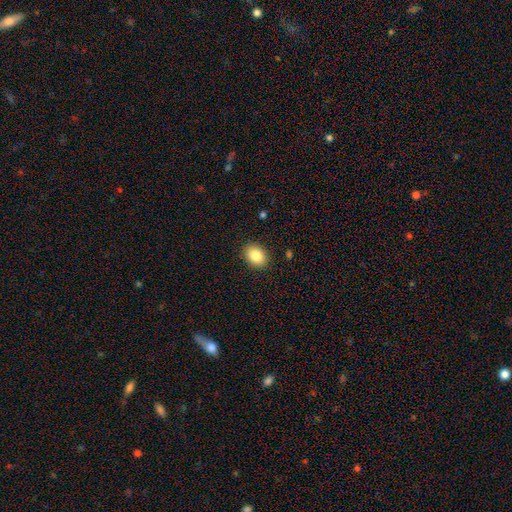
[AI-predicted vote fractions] smooth_or_featured: smooth (p=0.86) [alt: star or artifact p=0.08]
how_rounded: in between (p=0.64) [alt: round p=0.36]
merging: none (p=0.89) [alt: minor disturbance p=0.08]